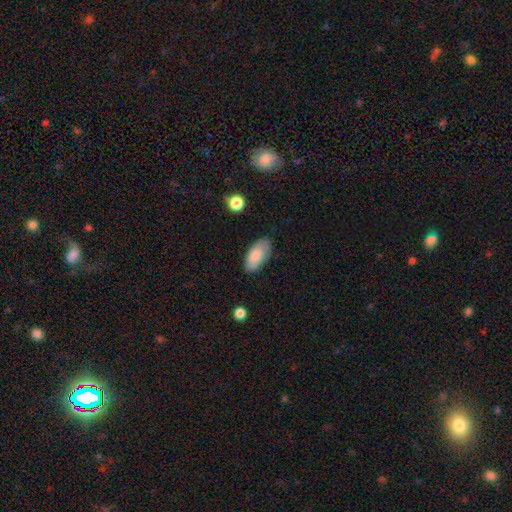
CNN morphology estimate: A smooth galaxy with no disk features (81%) that is in between round and cigar-shaped (93%). Merging: none (79%).